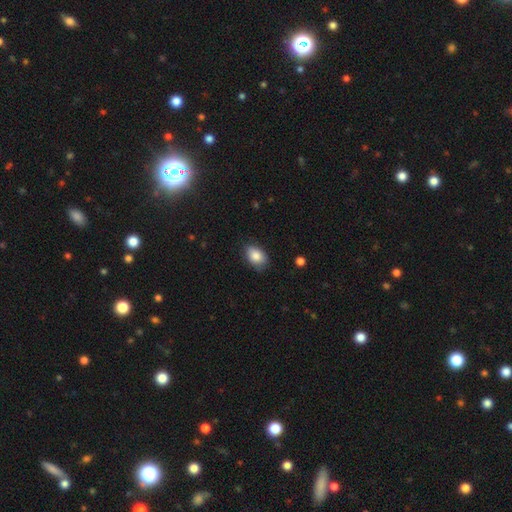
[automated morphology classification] The model was most divided on "merging": none: 76%, minor disturbance: 20%, major disturbance: 4%, merger: 1%. More confident: how rounded — in between (86%); smooth or featured — smooth (85%).